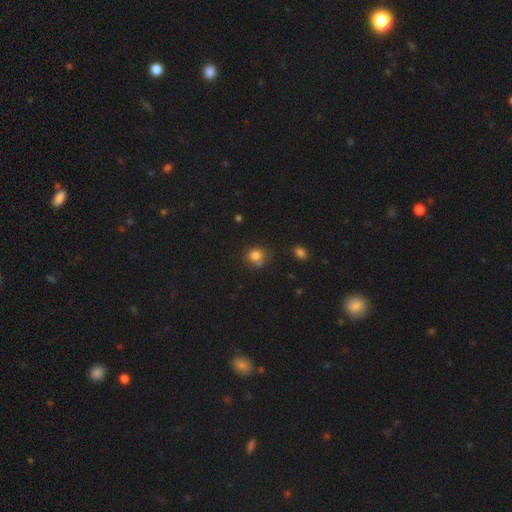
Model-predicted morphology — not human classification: Smooth or featured? Predicted: smooth (p=0.81). How rounded? Predicted: round (p=0.78). Merging? Predicted: none (p=0.61).